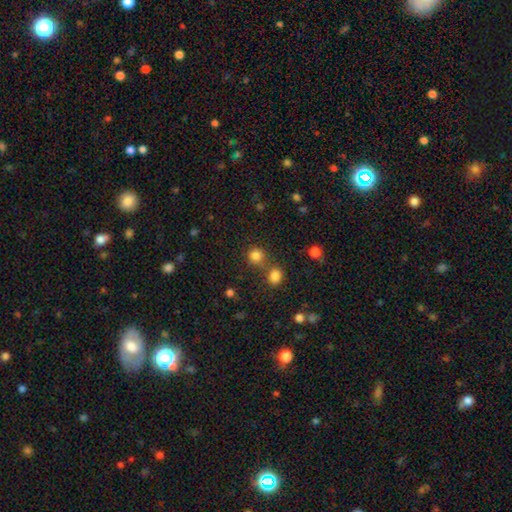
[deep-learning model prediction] This appears to be a smooth galaxy with no disk features (81%) that is round (89%). Merging: none (66%).